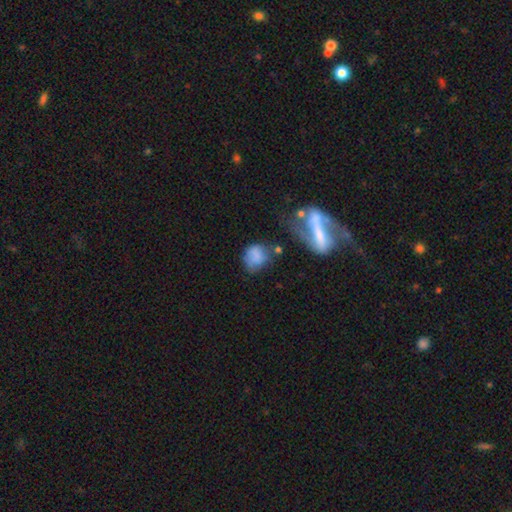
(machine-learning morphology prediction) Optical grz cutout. It shows a smooth galaxy with no disk features (72%) that is round (51%). Merging: none (41%).